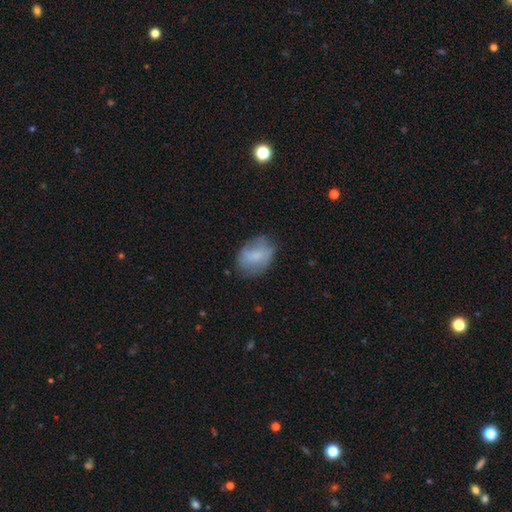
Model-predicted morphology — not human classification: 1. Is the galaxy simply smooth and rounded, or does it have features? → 70% smooth, 23% featured or disk, 8% star or artifact.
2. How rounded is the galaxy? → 73% in between, 25% round, 1% cigar-shaped.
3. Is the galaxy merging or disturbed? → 65% none, 25% minor disturbance, 8% major disturbance, 1% merger.